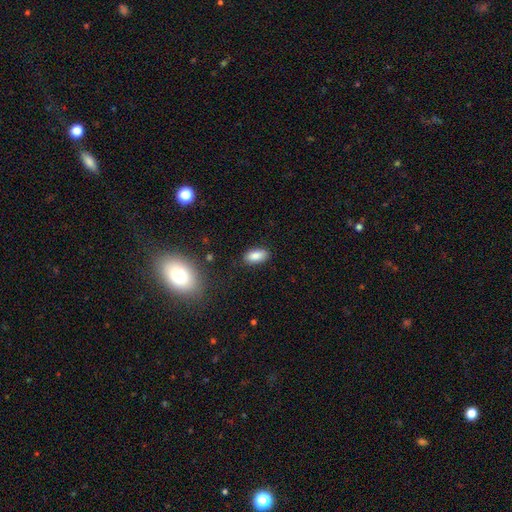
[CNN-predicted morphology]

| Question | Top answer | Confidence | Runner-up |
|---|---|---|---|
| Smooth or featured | smooth | 86% | star or artifact (8%) |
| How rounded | in between | 90% | cigar-shaped (6%) |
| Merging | none | 86% | minor disturbance (10%) |